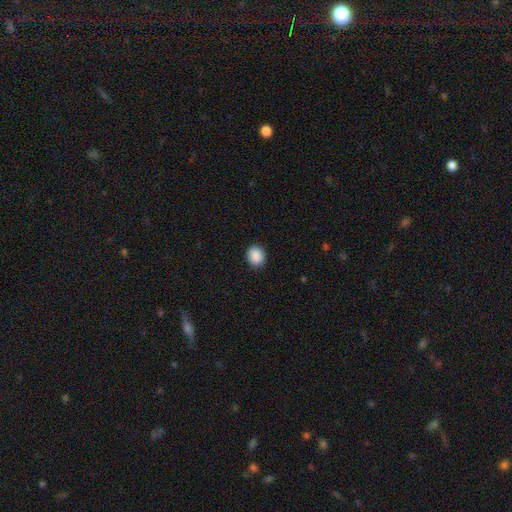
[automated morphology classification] Smooth or featured? smooth (89%)
How rounded? round (61%)
Merging? none (90%)